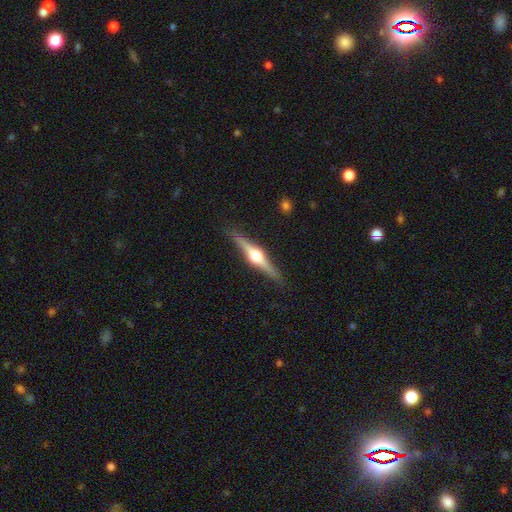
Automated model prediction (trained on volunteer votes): The model was most divided on "smooth or featured": featured or disk: 80%, smooth: 15%, star or artifact: 5%. More confident: edge-on disk — yes (98%); edge-on bulge — rounded (95%); merging — none (89%).